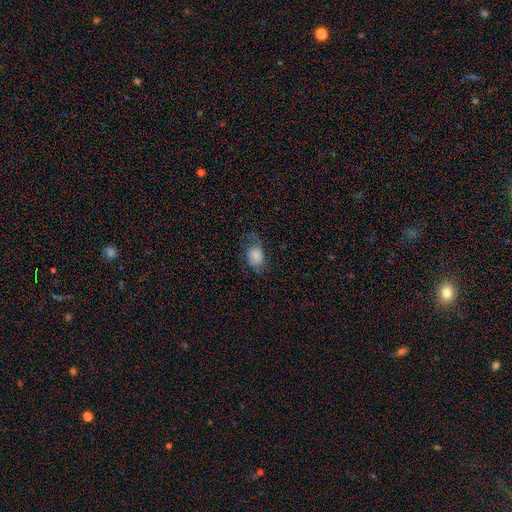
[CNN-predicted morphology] Smooth or featured: smooth — 67% (featured or disk — 24%)
How rounded: in between — 67% (round — 32%)
Merging: none — 49% (minor disturbance — 28%)